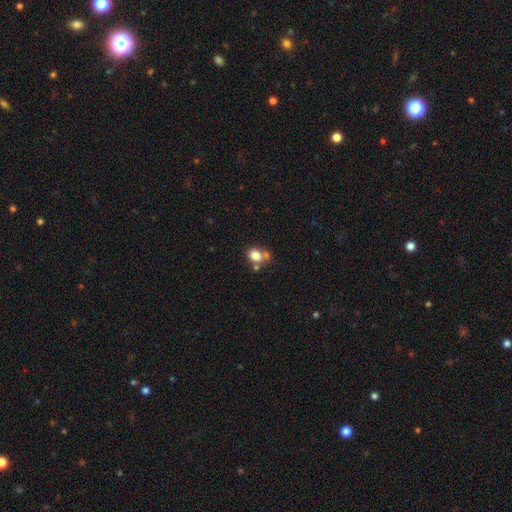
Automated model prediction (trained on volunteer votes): smooth-or-featured: smooth: 79% | star or artifact: 11% | featured or disk: 10%
  how-rounded: round: 53% | in between: 46% | cigar-shaped: 1%
  merging: none: 52% | merger: 29% | minor disturbance: 14% | major disturbance: 5%